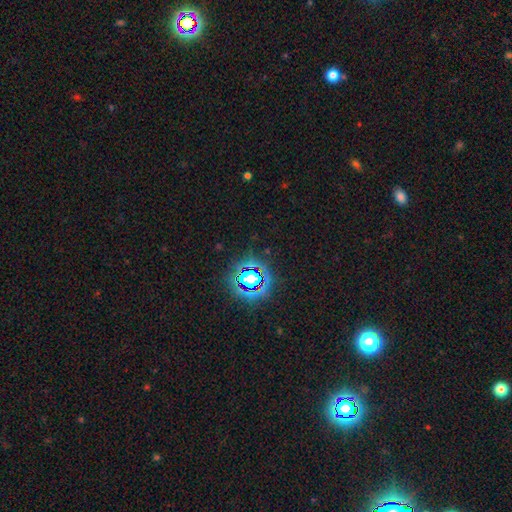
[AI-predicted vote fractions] Smooth or featured? Predicted: star or artifact (p=0.81).